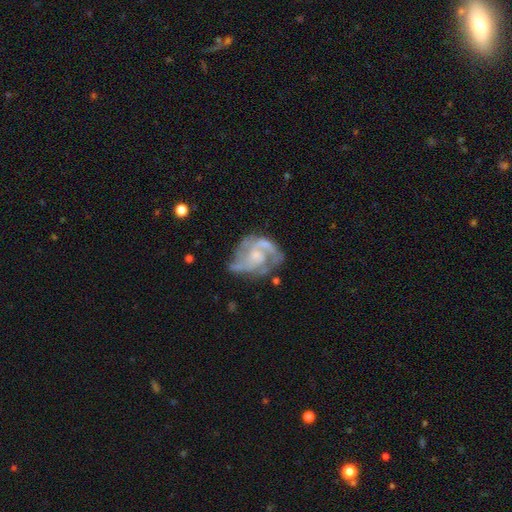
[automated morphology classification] Smooth or featured? Predicted: featured or disk (p=0.84). Edge-on disk? Predicted: no (p=0.98). Bar? Predicted: no (p=0.64). Spiral arms? Predicted: yes (p=0.91). Spiral winding? Predicted: medium (p=0.50). Spiral arm count? Predicted: 2 (p=0.48). Bulge size? Predicted: small (p=0.50). Merging? Predicted: none (p=0.53).